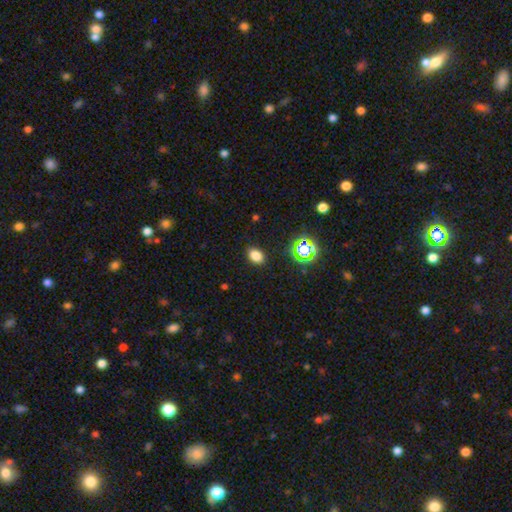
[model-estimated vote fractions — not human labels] Q: Smooth or featured?
A: smooth (78%); runner-up: star or artifact (16%)
Q: How rounded?
A: in between (80%); runner-up: round (19%)
Q: Merging?
A: none (87%); runner-up: minor disturbance (9%)